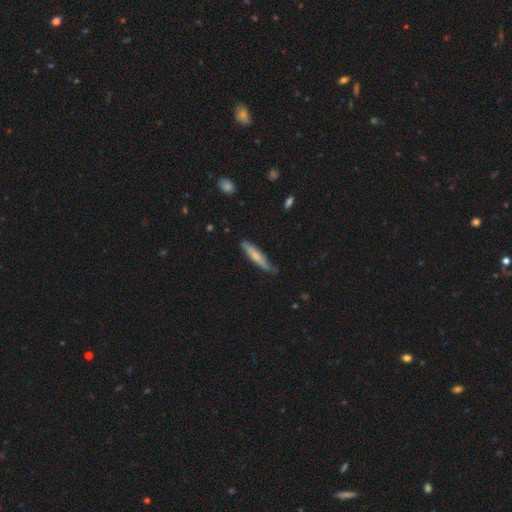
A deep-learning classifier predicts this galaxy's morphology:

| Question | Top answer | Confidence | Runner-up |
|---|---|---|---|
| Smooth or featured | smooth | 62% | featured or disk (33%) |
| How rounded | cigar-shaped | 90% | in between (8%) |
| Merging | none | 74% | minor disturbance (21%) |